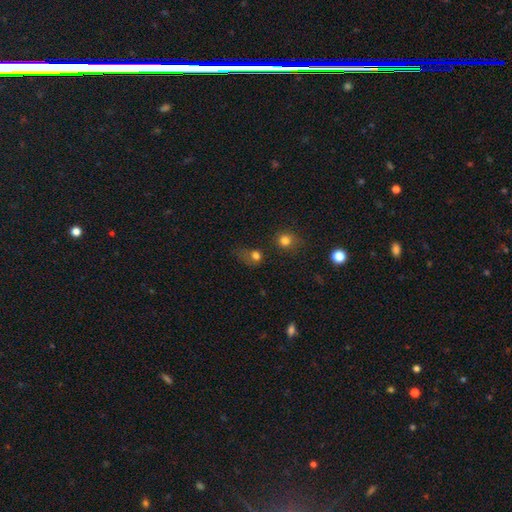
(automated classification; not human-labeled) Overall: smooth (71%). How rounded: round (61%; in between 37%). Merging: none (41%; major disturbance 23%).